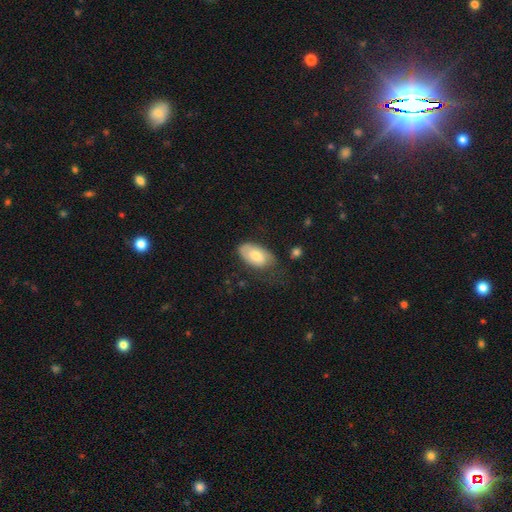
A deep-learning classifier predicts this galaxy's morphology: Smooth or featured?
  - smooth: 72% *
  - featured or disk: 22%
  - star or artifact: 6%
How rounded?
  - in between: 94% *
  - round: 4%
  - cigar-shaped: 2%
Merging?
  - none: 52% *
  - minor disturbance: 31%
  - major disturbance: 15%
  - merger: 2%